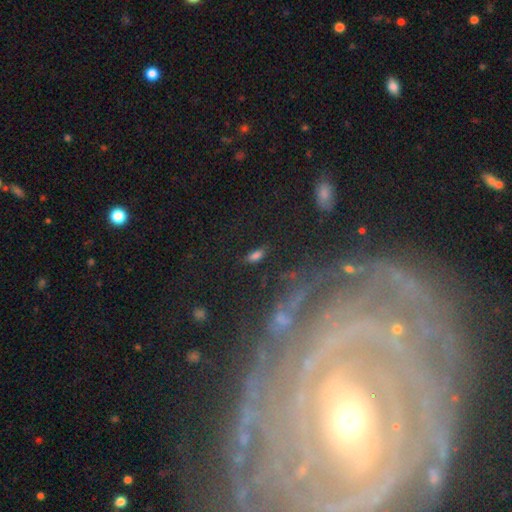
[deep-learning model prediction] Overall: smooth (68%). How rounded: in between (79%). Merging: none (77%).